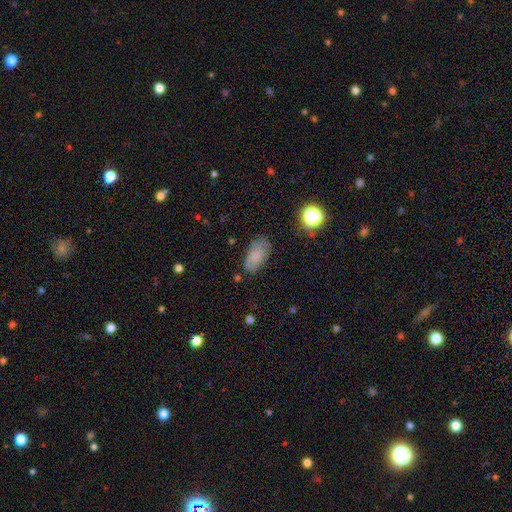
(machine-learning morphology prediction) A smooth galaxy with no disk features (78%) that is in between round and cigar-shaped (92%). Merging: none (73%).